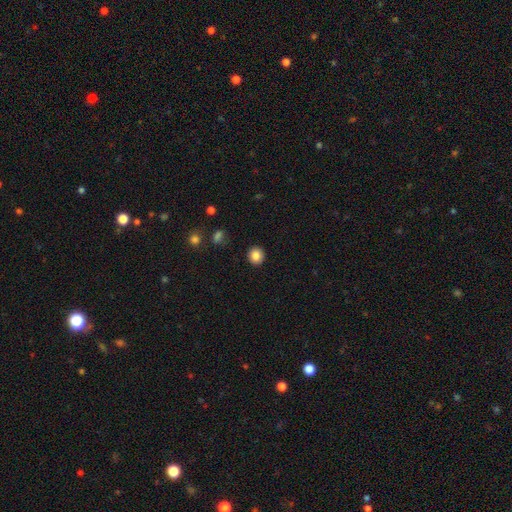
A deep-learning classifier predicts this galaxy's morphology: A smooth galaxy with no disk features (85%) that is round (88%). Merging: none (92%).